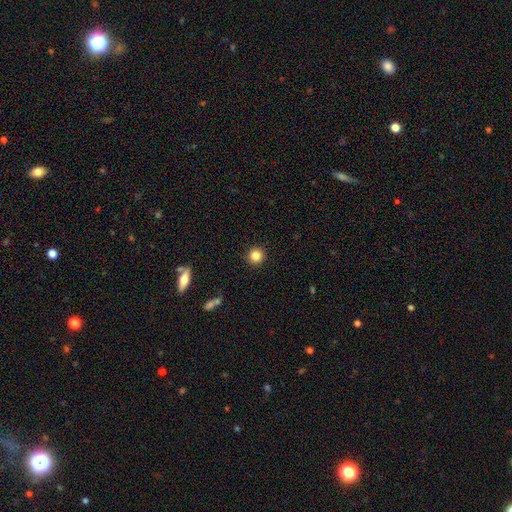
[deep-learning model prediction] smooth_or_featured: smooth (p=0.84) [alt: star or artifact p=0.11]
how_rounded: round (p=0.95) [alt: in between p=0.04]
merging: none (p=0.92) [alt: minor disturbance p=0.05]